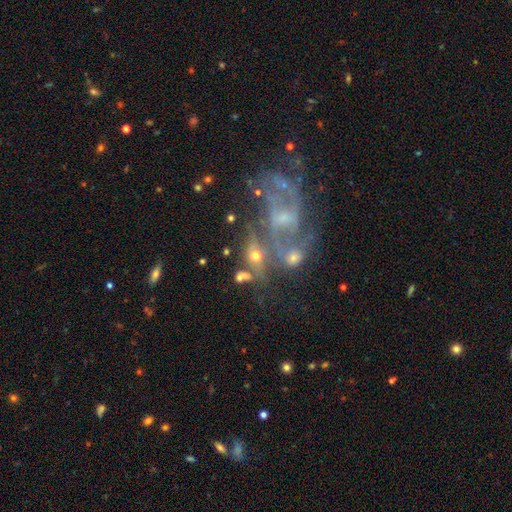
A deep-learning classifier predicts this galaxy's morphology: type=smooth (42%); merging=merger (42%).